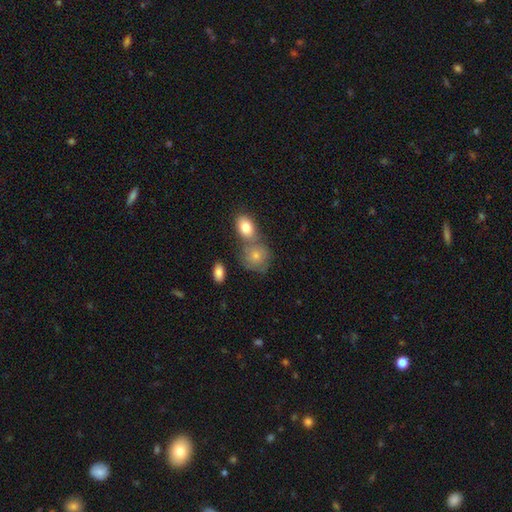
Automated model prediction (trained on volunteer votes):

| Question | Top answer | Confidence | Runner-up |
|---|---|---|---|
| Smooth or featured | smooth | 70% | featured or disk (22%) |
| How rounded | round | 67% | in between (31%) |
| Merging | none | 44% | merger (33%) |